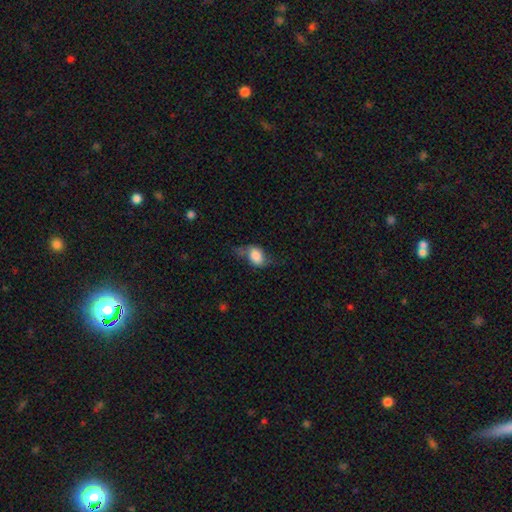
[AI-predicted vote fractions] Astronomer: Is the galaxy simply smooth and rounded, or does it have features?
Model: smooth — 69%.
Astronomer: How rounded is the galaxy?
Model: in between — 77%.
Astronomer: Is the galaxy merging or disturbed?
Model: none — 39% (runner-up: minor disturbance, 32%).